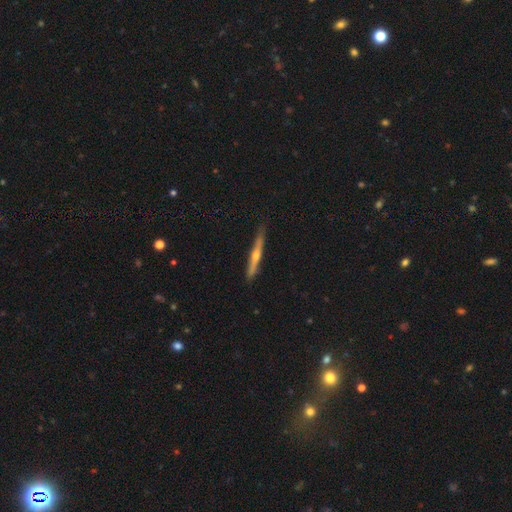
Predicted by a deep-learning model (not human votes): Smooth or featured?
  - featured or disk: 63% *
  - smooth: 32%
  - star or artifact: 6%
Edge-on disk?
  - yes: 96% *
  - no: 4%
Edge-on bulge?
  - rounded: 83% *
  - none: 14%
  - boxy: 3%
Merging?
  - none: 86% *
  - minor disturbance: 11%
  - major disturbance: 2%
  - merger: 1%